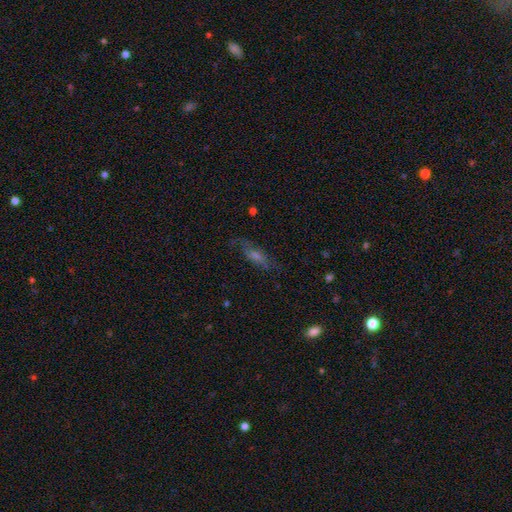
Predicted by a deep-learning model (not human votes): Smooth or featured? Predicted: featured or disk (p=0.49). Merging? Predicted: none (p=0.72).